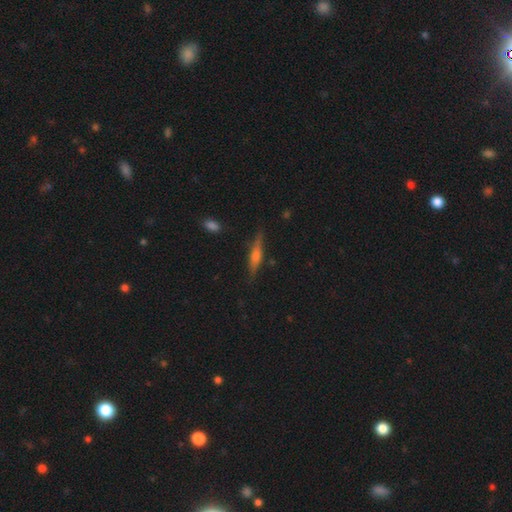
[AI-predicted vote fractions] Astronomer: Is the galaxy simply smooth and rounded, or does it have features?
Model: featured or disk — 54% (runner-up: smooth, 38%).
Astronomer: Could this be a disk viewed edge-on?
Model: yes — 95%.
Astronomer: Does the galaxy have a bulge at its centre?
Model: rounded — 69%.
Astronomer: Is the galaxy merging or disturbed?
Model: none — 84%.